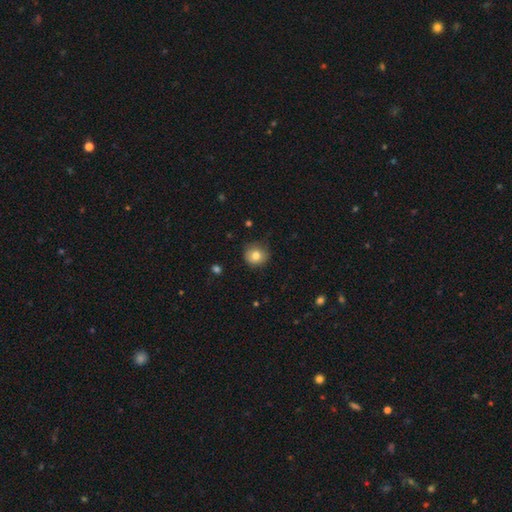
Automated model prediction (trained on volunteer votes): This appears to be a smooth galaxy with no disk features (80%) that is round (91%). Merging: none (81%).